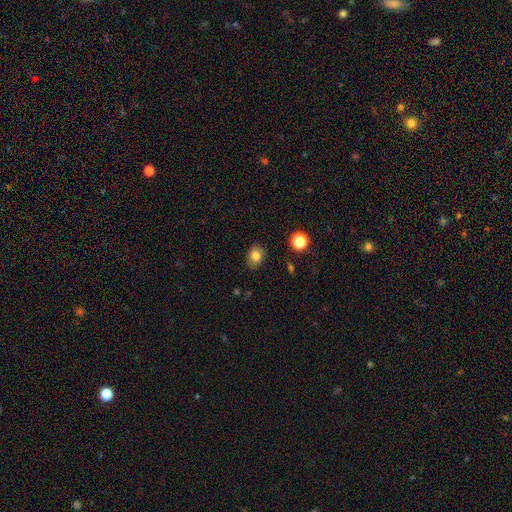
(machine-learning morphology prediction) Smooth or featured?
  - smooth: 80% *
  - star or artifact: 12%
  - featured or disk: 8%
How rounded?
  - in between: 58% *
  - round: 41%
  - cigar-shaped: 1%
Merging?
  - none: 83% *
  - minor disturbance: 12%
  - major disturbance: 3%
  - merger: 1%